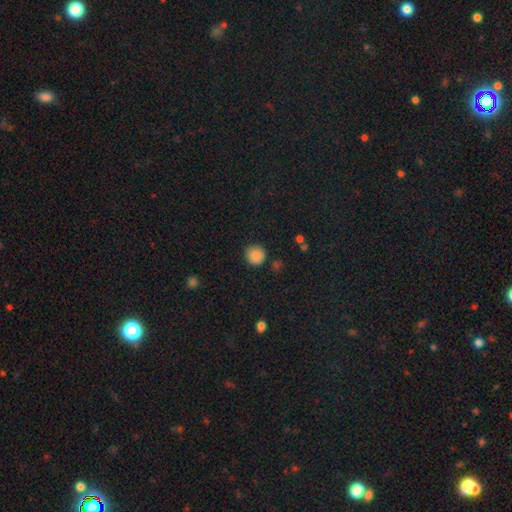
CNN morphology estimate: This appears to be a smooth galaxy with no disk features (87%) that is round (93%). Merging: none (86%).